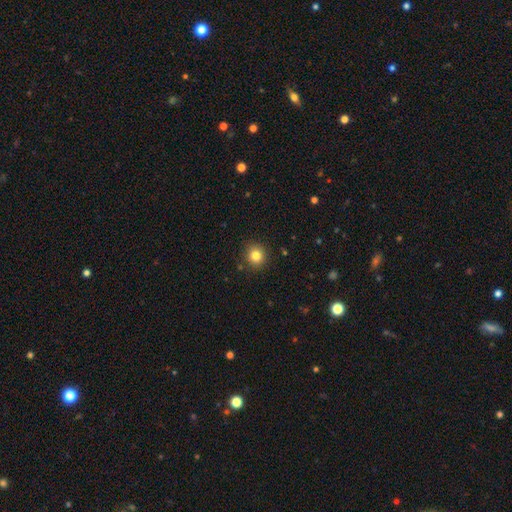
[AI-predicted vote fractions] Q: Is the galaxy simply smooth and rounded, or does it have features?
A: smooth — 81%.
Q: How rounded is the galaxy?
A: round — 91%.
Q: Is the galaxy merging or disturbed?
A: none — 90%.